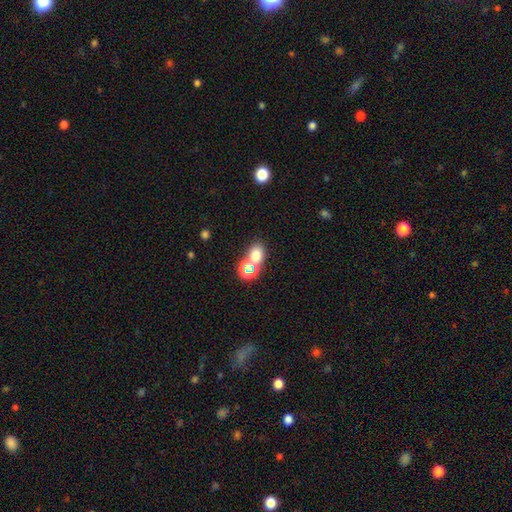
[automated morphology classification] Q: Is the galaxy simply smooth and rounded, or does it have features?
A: smooth — 67%.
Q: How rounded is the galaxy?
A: in between — 58%.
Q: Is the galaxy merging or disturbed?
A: none — 57%.